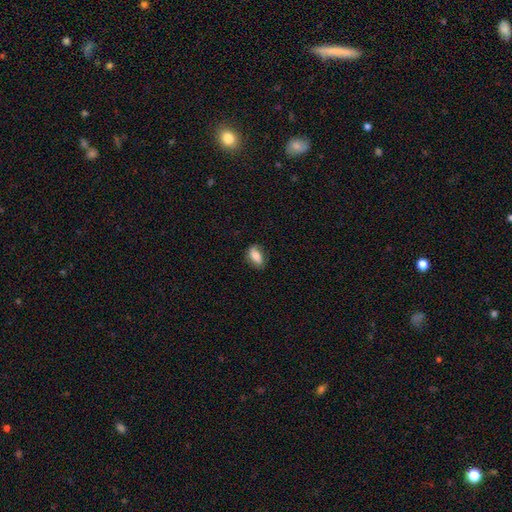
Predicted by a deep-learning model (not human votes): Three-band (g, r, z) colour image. It shows a smooth galaxy with no disk features (75%) that is in between round and cigar-shaped (87%). Merging: none (77%).